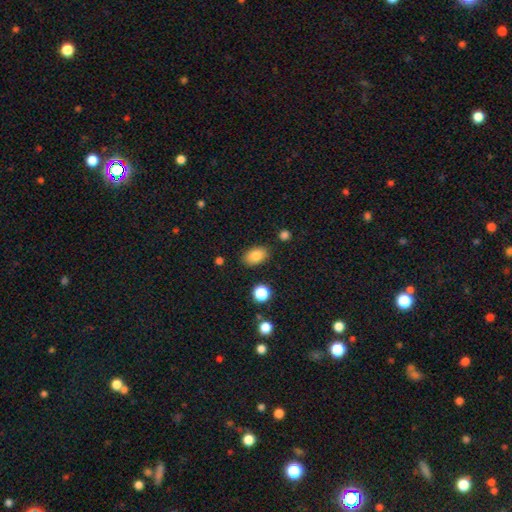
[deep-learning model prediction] Smooth or featured: smooth — 83% (star or artifact — 9%)
How rounded: in between — 86% (round — 12%)
Merging: none — 84% (minor disturbance — 11%)